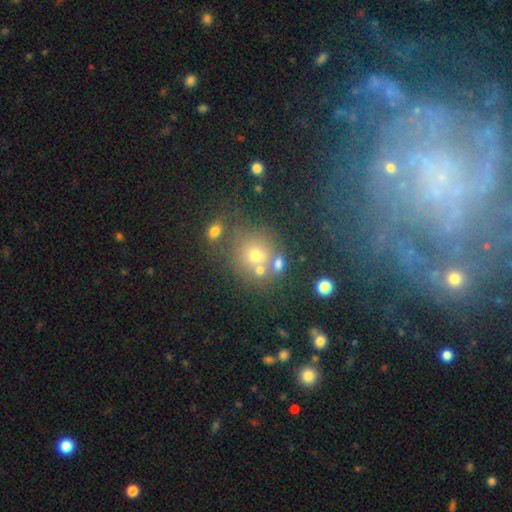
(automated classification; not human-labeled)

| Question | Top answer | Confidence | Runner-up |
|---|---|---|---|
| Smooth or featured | smooth | 52% | star or artifact (31%) |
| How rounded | round | 81% | in between (17%) |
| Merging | none | 65% | merger (18%) |